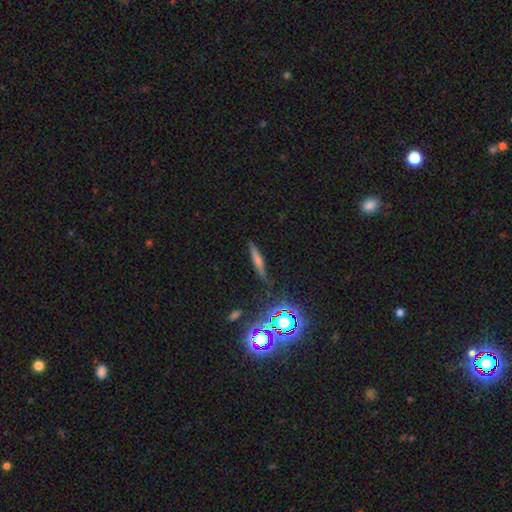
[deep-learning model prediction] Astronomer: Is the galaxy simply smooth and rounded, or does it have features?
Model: smooth — 38% (runner-up: featured or disk, 35%).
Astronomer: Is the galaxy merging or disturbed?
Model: none — 82%.